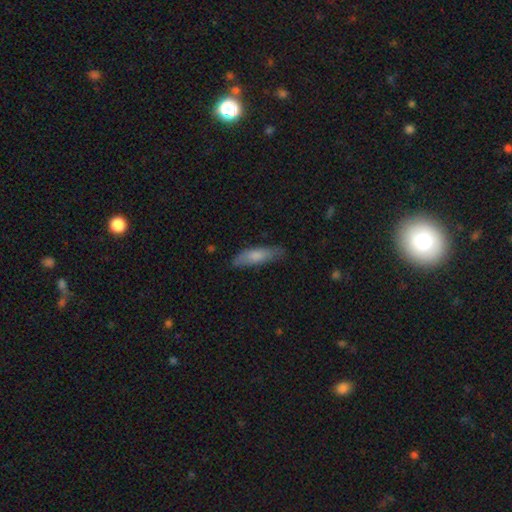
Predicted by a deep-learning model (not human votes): Smooth or featured? smooth (76%)
How rounded? cigar-shaped (55%)
Merging? none (75%)